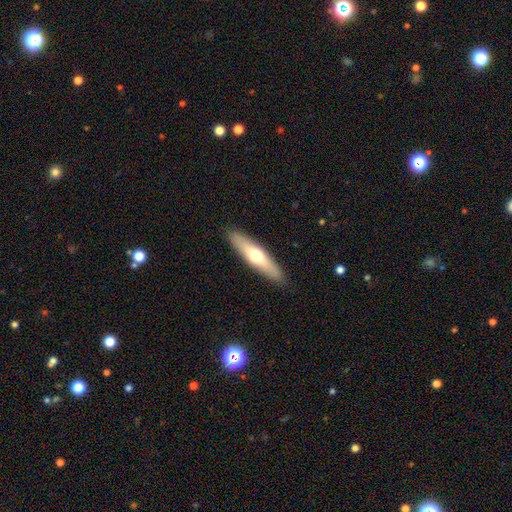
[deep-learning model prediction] smooth 54%, featured or disk 41%, star or artifact 5%. Down the decision tree: how rounded — cigar-shaped (77%); merging — none (90%).